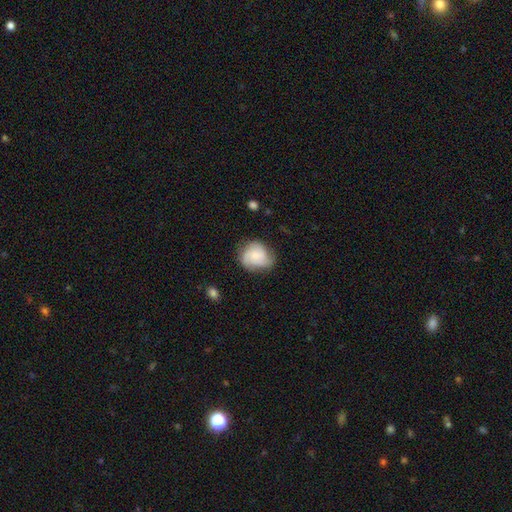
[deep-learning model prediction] Smooth or featured?
  - featured or disk: 48% *
  - smooth: 45%
  - star or artifact: 7%
Merging?
  - none: 61% *
  - minor disturbance: 27%
  - major disturbance: 10%
  - merger: 2%